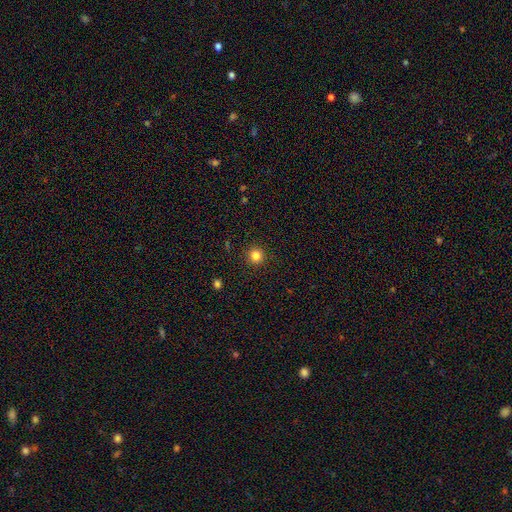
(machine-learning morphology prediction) smooth_or_featured: smooth (p=0.83) [alt: star or artifact p=0.12]
how_rounded: round (p=0.94) [alt: in between p=0.05]
merging: none (p=0.92) [alt: minor disturbance p=0.05]